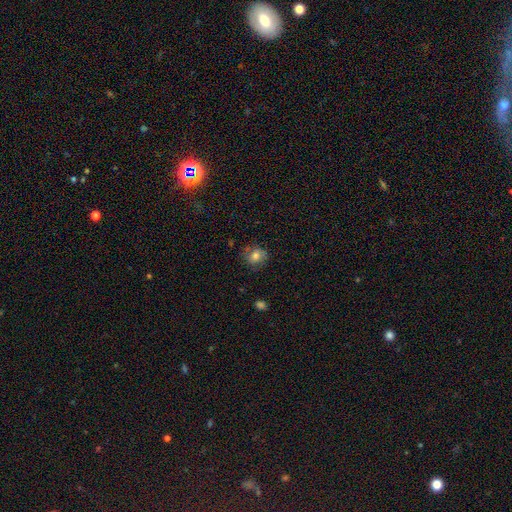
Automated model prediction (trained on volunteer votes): Smooth or featured? smooth (73%)
How rounded? round (76%)
Merging? none (74%)